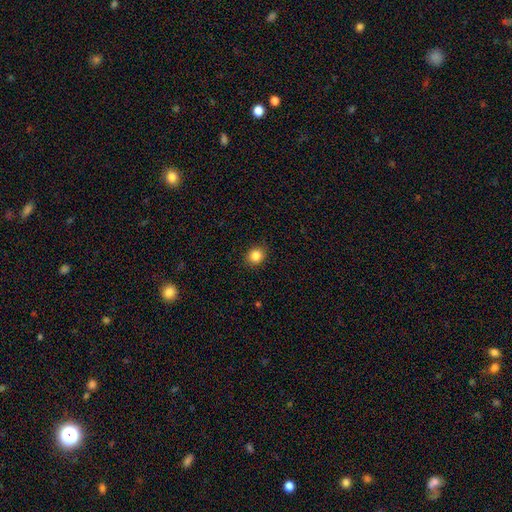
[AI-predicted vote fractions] Smooth or featured? Predicted: smooth (p=0.86). How rounded? Predicted: round (p=0.78). Merging? Predicted: none (p=0.90).